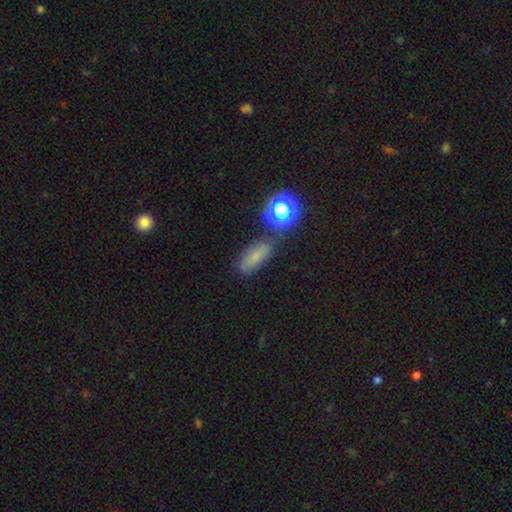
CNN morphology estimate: This appears to be a smooth galaxy with no disk features (68%) that is in between round and cigar-shaped (70%). Merging: none (66%).